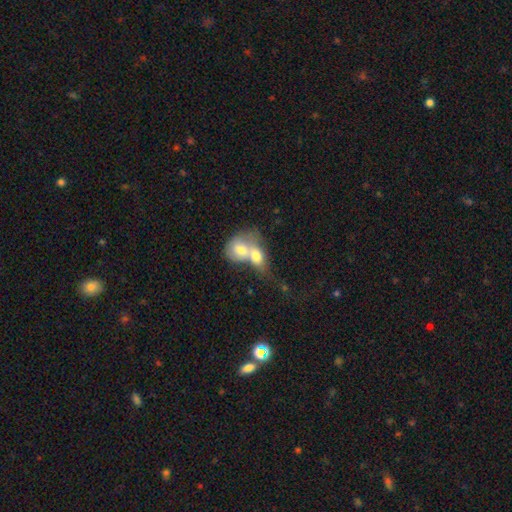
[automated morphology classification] smooth-or-featured: smooth: 69% | featured or disk: 24% | star or artifact: 7%
  how-rounded: in between: 57% | round: 40% | cigar-shaped: 3%
  merging: merger: 81% | none: 11% | minor disturbance: 5% | major disturbance: 4%